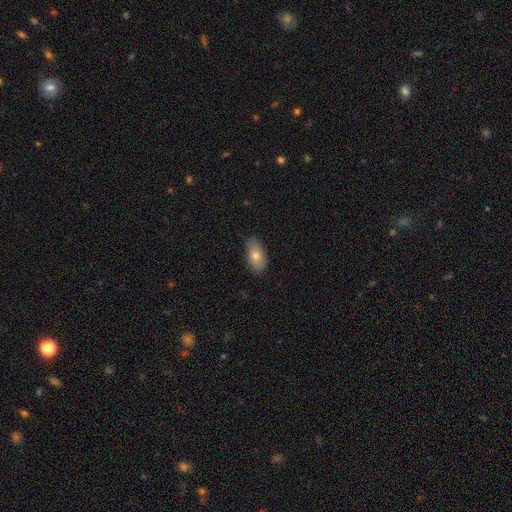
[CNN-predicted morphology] Smooth or featured?
  - smooth: 74% *
  - featured or disk: 19%
  - star or artifact: 7%
How rounded?
  - in between: 92% *
  - cigar-shaped: 4%
  - round: 4%
Merging?
  - none: 83% *
  - minor disturbance: 14%
  - major disturbance: 2%
  - merger: 1%